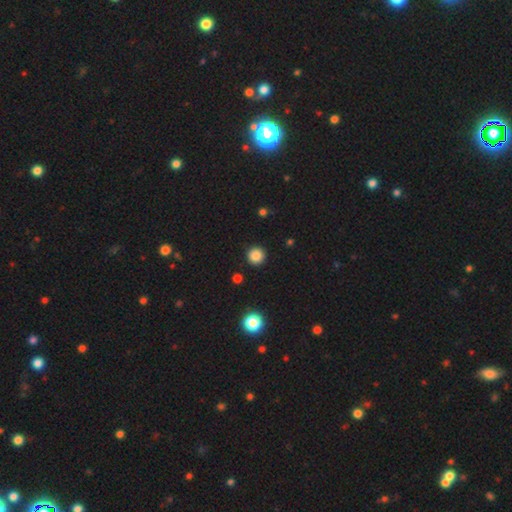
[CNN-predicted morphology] The model was most divided on "smooth or featured": smooth: 85%, star or artifact: 11%, featured or disk: 3%. More confident: how rounded — round (95%); merging — none (92%).